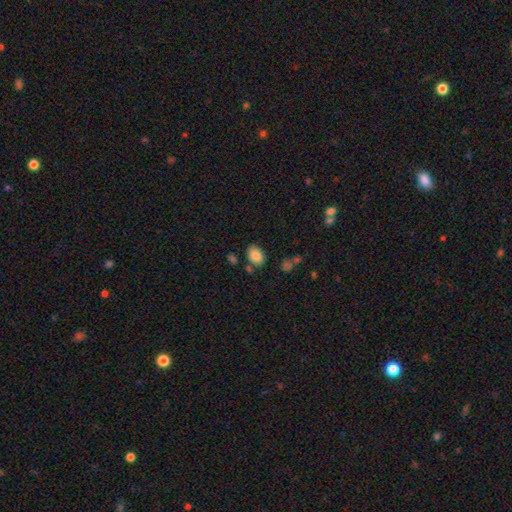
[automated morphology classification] smooth_or_featured: smooth (p=0.85) [alt: star or artifact p=0.08]
how_rounded: in between (p=0.84) [alt: round p=0.15]
merging: none (p=0.76) [alt: minor disturbance p=0.13]